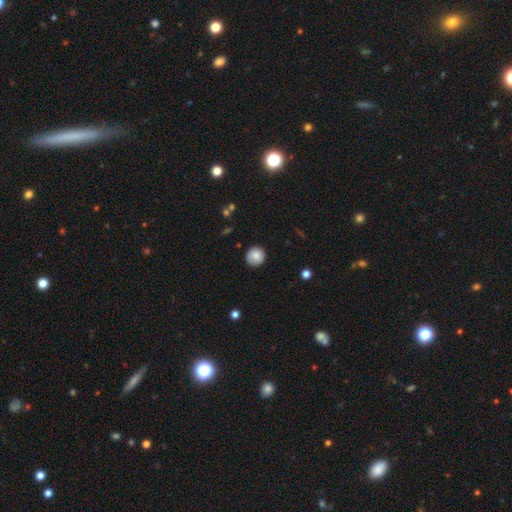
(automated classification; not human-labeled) Morphology: type=smooth (83%); roundness=round (92%); merging=none (85%).